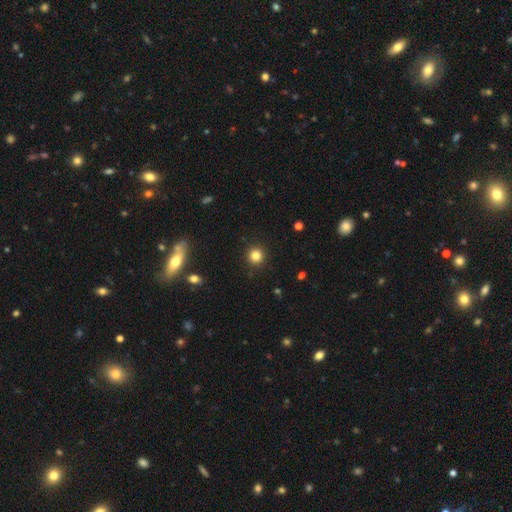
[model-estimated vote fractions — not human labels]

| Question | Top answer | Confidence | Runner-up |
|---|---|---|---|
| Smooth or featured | smooth | 82% | star or artifact (13%) |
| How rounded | round | 94% | in between (5%) |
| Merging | none | 92% | minor disturbance (5%) |